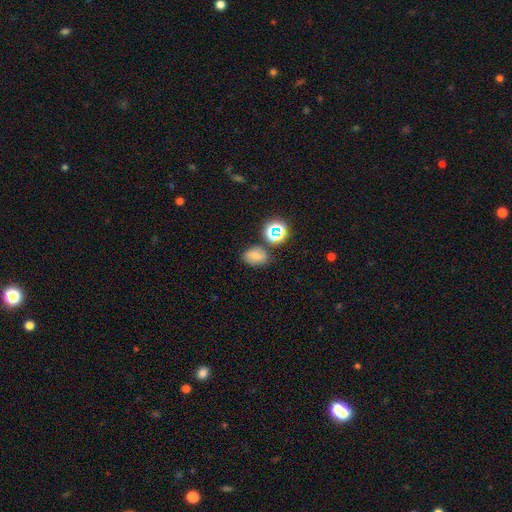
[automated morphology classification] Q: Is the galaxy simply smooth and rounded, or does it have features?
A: smooth — 64%.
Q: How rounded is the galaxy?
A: in between — 63%.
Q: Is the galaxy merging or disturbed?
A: none — 72%.